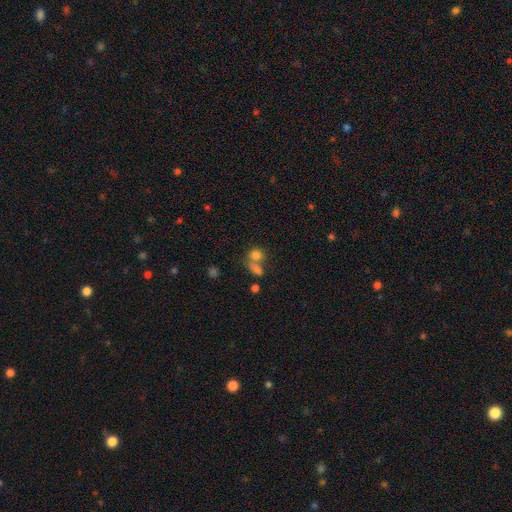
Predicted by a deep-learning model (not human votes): Smooth or featured? smooth (76%)
How rounded? round (60%)
Merging? merger (51%)